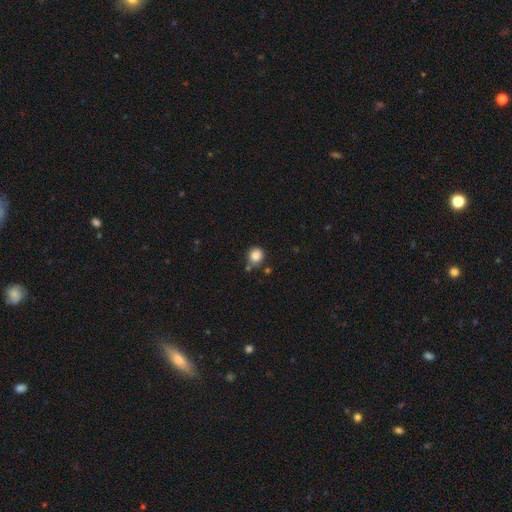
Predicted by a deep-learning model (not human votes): Smooth or featured? smooth (86%)
How rounded? round (84%)
Merging? none (75%)